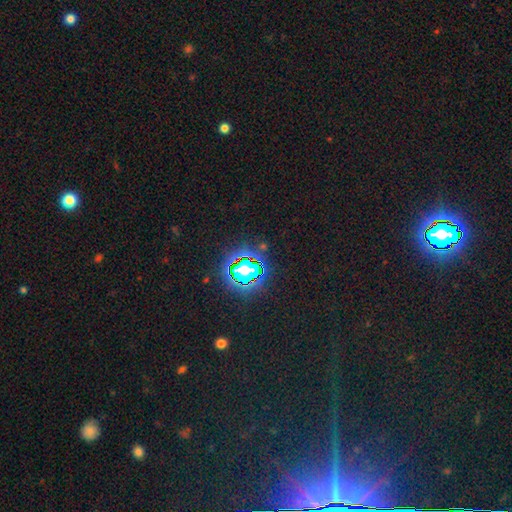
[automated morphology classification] Overall: star or artifact (83%).